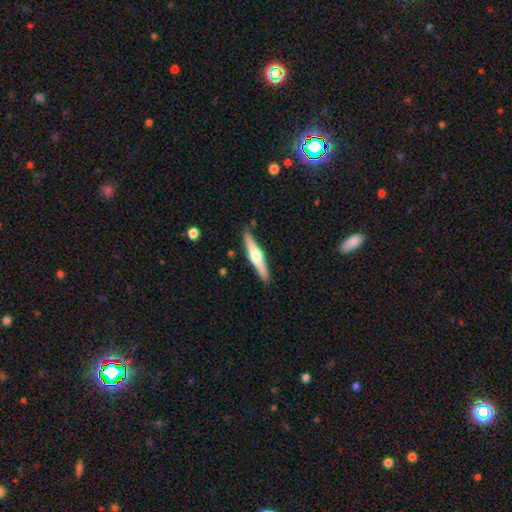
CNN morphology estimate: featured or disk 67%, smooth 29%, star or artifact 5%. Down the decision tree: edge-on disk — yes (98%); edge-on bulge — rounded (92%); merging — none (89%).